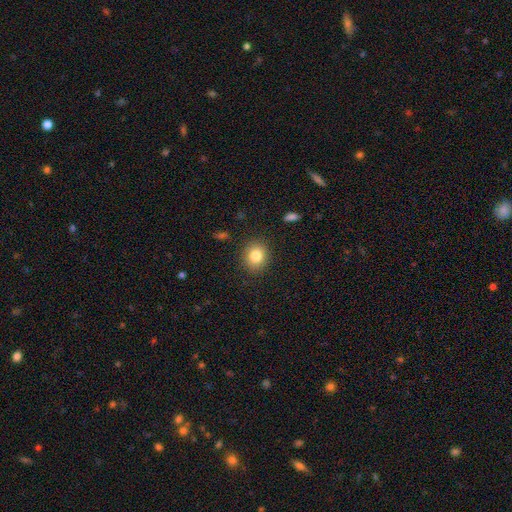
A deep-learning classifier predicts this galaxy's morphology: Overall: smooth (82%). How rounded: round (71%). Merging: none (89%).